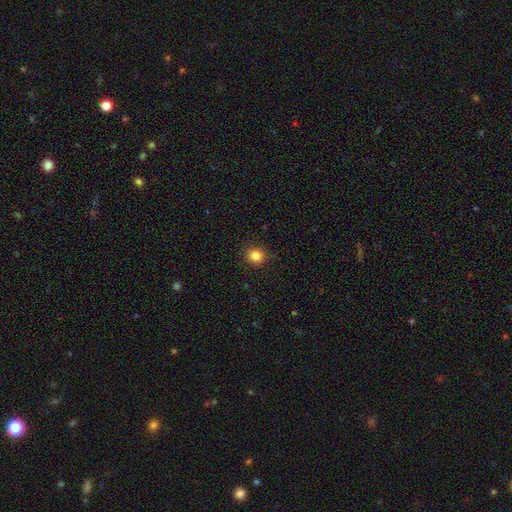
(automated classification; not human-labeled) smooth_or_featured: smooth (p=0.84) [alt: star or artifact p=0.11]
how_rounded: round (p=0.88) [alt: in between p=0.11]
merging: none (p=0.90) [alt: minor disturbance p=0.07]